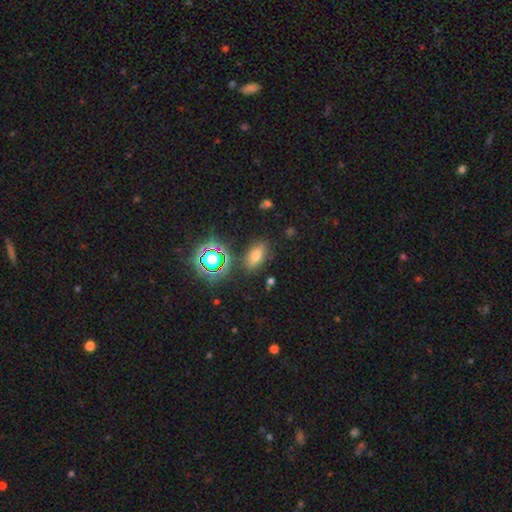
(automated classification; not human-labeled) This is likely a smooth galaxy (62%). How rounded: clearly in between (82%). Merging: clearly none (82%).